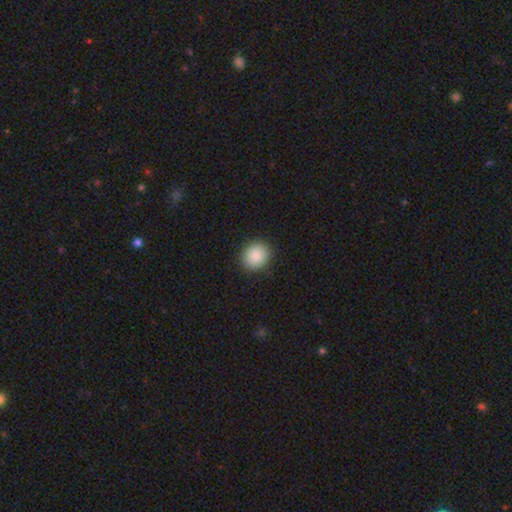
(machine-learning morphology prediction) The model was most divided on "how rounded": round: 77%, in between: 22%, cigar-shaped: 1%. More confident: merging — none (91%); smooth or featured — smooth (88%).